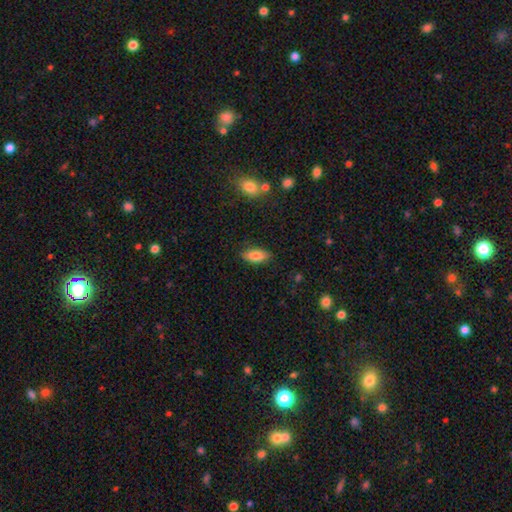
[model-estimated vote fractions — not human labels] This appears to be a smooth galaxy with no disk features (81%) that is in between round and cigar-shaped (83%). Merging: none (84%).